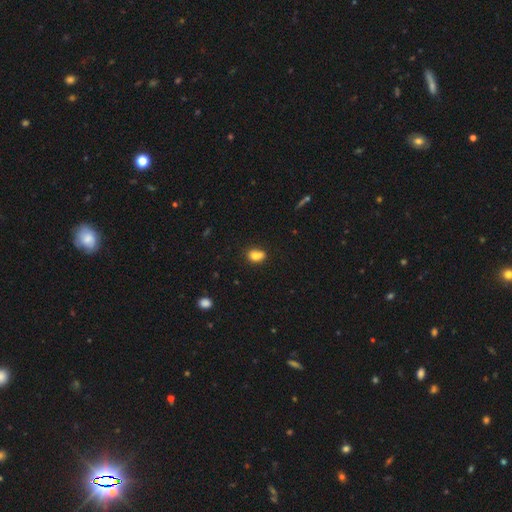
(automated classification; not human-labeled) Smooth or featured?
  - smooth: 78% *
  - featured or disk: 11%
  - star or artifact: 11%
How rounded?
  - in between: 66% *
  - round: 32%
  - cigar-shaped: 2%
Merging?
  - none: 47% *
  - merger: 23%
  - minor disturbance: 22%
  - major disturbance: 7%